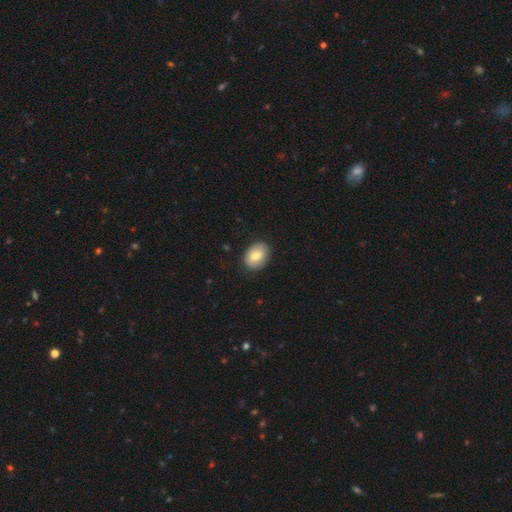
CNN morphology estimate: A smooth galaxy with no disk features (75%) that is in between round and cigar-shaped (67%). Merging: none (87%).